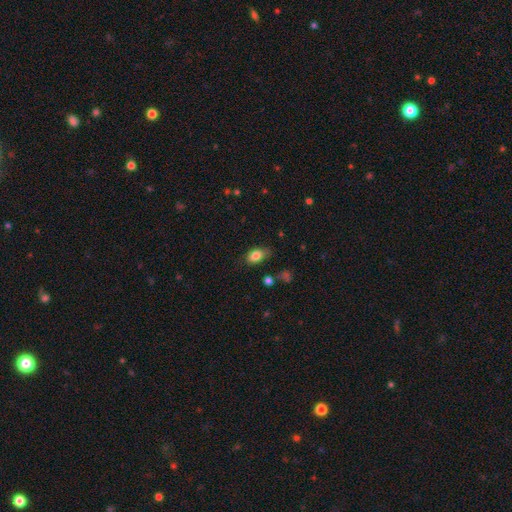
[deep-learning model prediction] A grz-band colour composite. It shows a smooth galaxy with no disk features (82%) that is in between round and cigar-shaped (87%). Merging: none (71%).